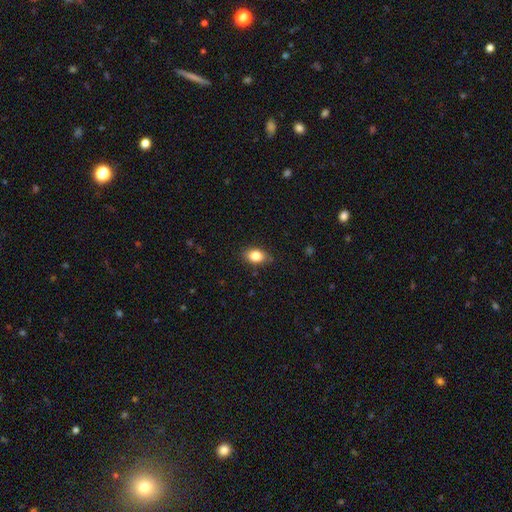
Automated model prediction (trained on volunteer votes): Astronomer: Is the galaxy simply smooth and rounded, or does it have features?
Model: smooth — 83%.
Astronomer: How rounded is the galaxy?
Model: in between — 77%.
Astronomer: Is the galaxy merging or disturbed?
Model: none — 84%.